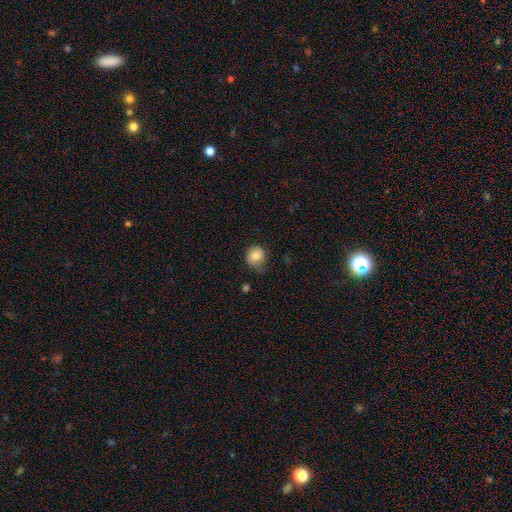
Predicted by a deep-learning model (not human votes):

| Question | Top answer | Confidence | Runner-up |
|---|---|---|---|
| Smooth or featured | smooth | 82% | featured or disk (9%) |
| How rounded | round | 86% | in between (13%) |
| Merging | none | 61% | minor disturbance (29%) |